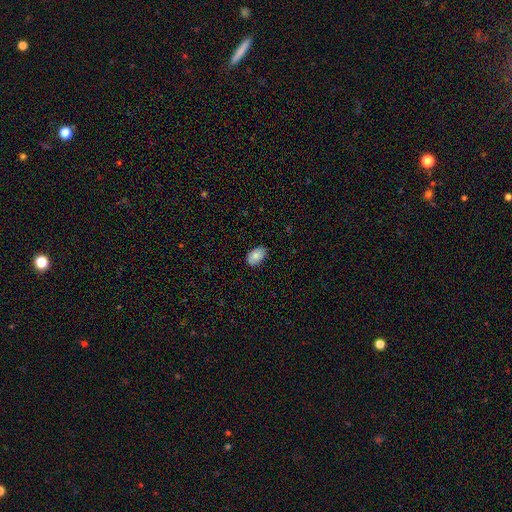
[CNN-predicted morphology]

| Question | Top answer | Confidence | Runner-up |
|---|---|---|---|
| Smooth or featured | smooth | 84% | featured or disk (9%) |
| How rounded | in between | 92% | round (6%) |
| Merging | none | 84% | minor disturbance (13%) |